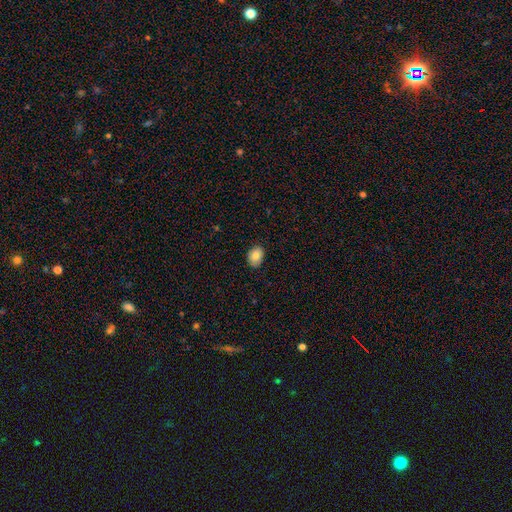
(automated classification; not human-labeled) A smooth galaxy with no disk features (84%) that is in between round and cigar-shaped (73%).

Vote fractions:
- Smooth or featured? smooth: 84% / featured or disk: 9% / star or artifact: 8%
- How rounded? in between: 73% / round: 26% / cigar-shaped: 1%
- Merging? none: 84% / minor disturbance: 13% / major disturbance: 2% / merger: 1%